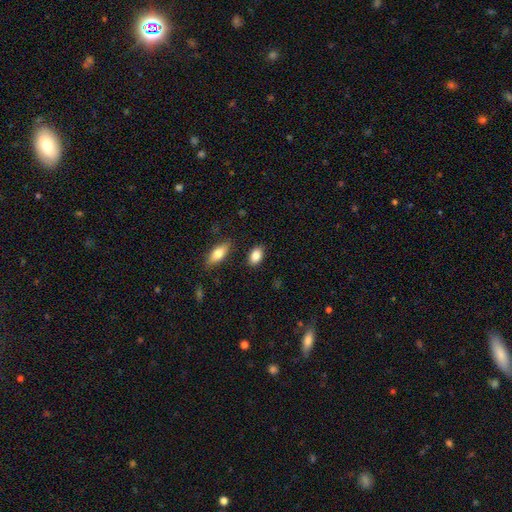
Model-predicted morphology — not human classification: Q: Smooth or featured?
A: smooth (86%); runner-up: star or artifact (7%)
Q: How rounded?
A: in between (85%); runner-up: round (12%)
Q: Merging?
A: none (85%); runner-up: minor disturbance (10%)